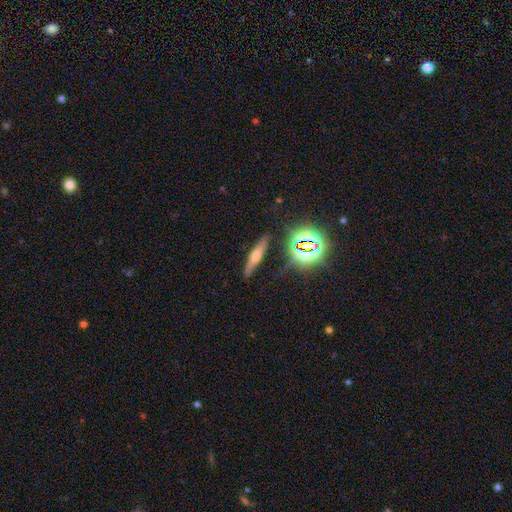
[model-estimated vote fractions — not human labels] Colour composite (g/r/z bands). It shows a smooth galaxy with no disk features (41%). Merging: none (80%).